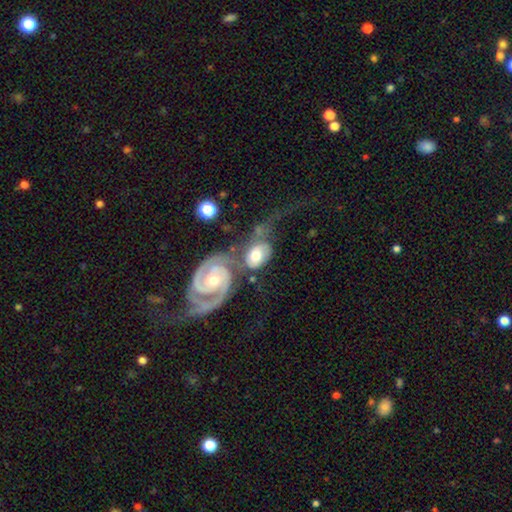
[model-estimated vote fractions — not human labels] featured or disk 63%, smooth 31%, star or artifact 6%. Down the decision tree: edge-on disk — no (96%); bar — no (59%); spiral arms — yes (89%); spiral arm count — 2 (82%); spiral winding — medium (44%); bulge size — moderate (66%); merging — merger (46%).